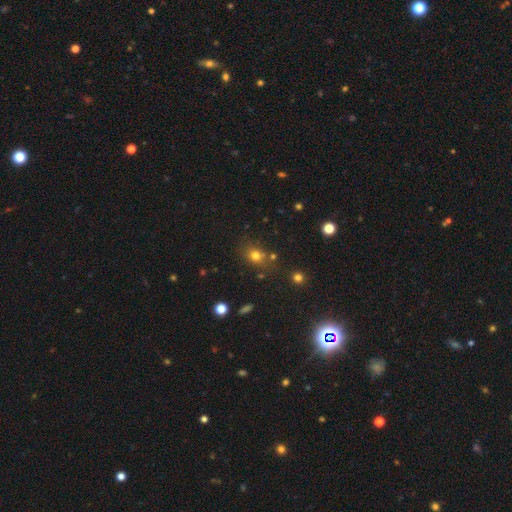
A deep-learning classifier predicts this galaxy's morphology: A smooth galaxy with no disk features (73%) that is round (63%).

Vote fractions:
- Smooth or featured? smooth: 73% / star or artifact: 18% / featured or disk: 9%
- How rounded? round: 63% / in between: 36% / cigar-shaped: 1%
- Merging? none: 69% / minor disturbance: 13% / merger: 12% / major disturbance: 5%